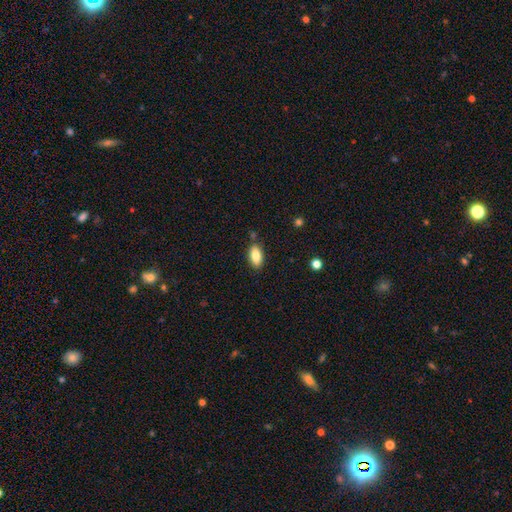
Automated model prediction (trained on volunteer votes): smooth_or_featured: smooth (p=0.85) [alt: featured or disk p=0.08]
how_rounded: in between (p=0.91) [alt: cigar-shaped p=0.06]
merging: none (p=0.83) [alt: minor disturbance p=0.11]